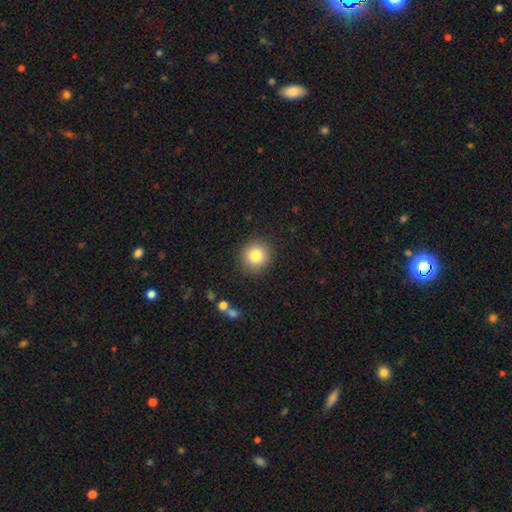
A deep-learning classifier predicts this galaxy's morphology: Overall: smooth (82%). How rounded: round (92%). Merging: none (90%).